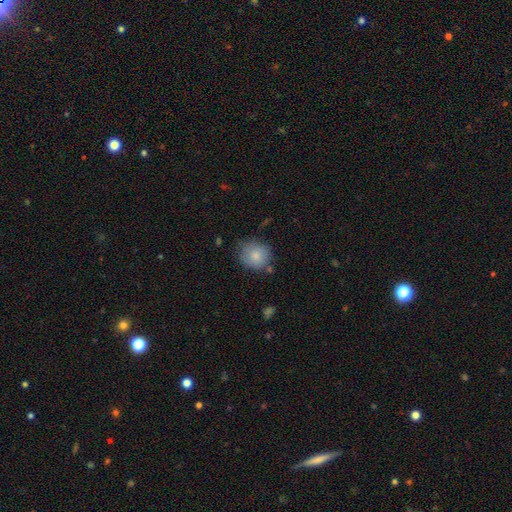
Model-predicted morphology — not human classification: A smooth galaxy with no disk features (82%) that is round (83%).

Vote fractions:
- Smooth or featured? smooth: 82% / featured or disk: 11% / star or artifact: 8%
- How rounded? round: 83% / in between: 16% / cigar-shaped: 1%
- Merging? none: 68% / minor disturbance: 22% / major disturbance: 6% / merger: 4%